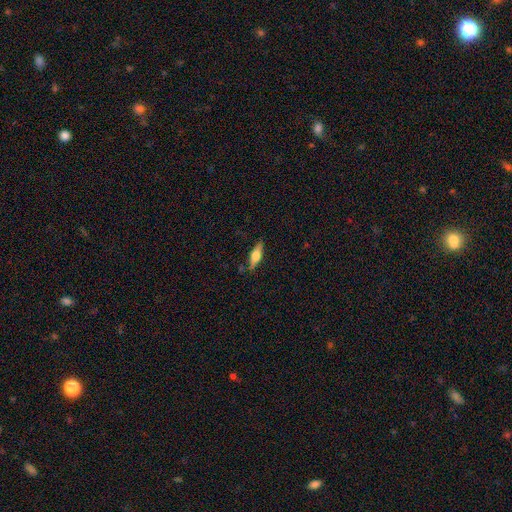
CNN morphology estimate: type=featured or disk (49%); merging=none (81%).